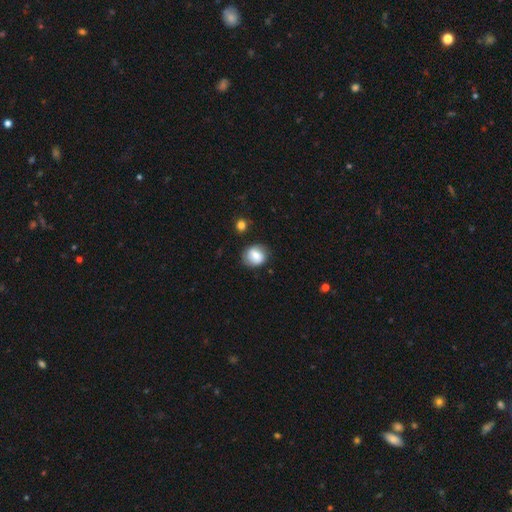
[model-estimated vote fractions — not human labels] Smooth or featured: smooth — 64% (featured or disk — 28%)
How rounded: round — 71% (in between — 28%)
Merging: none — 77% (minor disturbance — 16%)